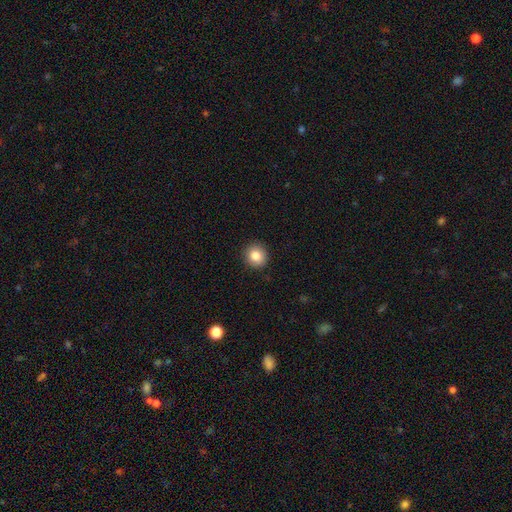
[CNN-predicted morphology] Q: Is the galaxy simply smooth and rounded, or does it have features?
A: smooth — 84%.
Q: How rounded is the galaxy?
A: round — 89%.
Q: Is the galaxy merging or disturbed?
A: none — 91%.